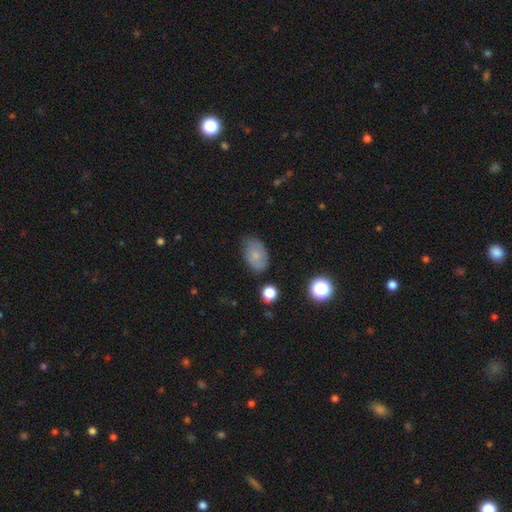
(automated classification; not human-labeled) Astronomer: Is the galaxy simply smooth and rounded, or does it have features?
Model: smooth — 76%.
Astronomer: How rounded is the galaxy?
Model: in between — 87%.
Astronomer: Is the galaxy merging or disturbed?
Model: none — 71%.